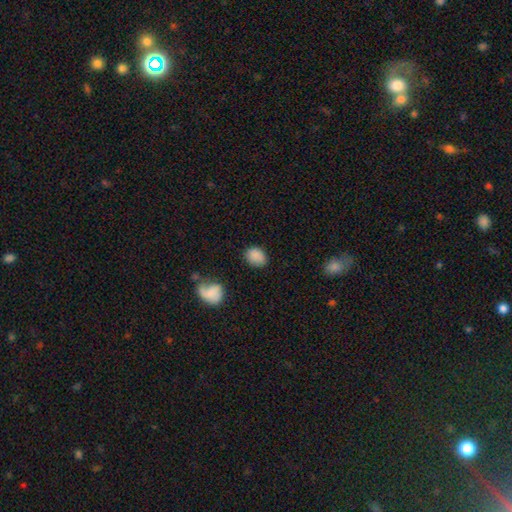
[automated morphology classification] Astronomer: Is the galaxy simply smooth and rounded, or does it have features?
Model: smooth — 86%.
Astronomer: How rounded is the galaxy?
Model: in between — 65%.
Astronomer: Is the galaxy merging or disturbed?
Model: none — 76%.